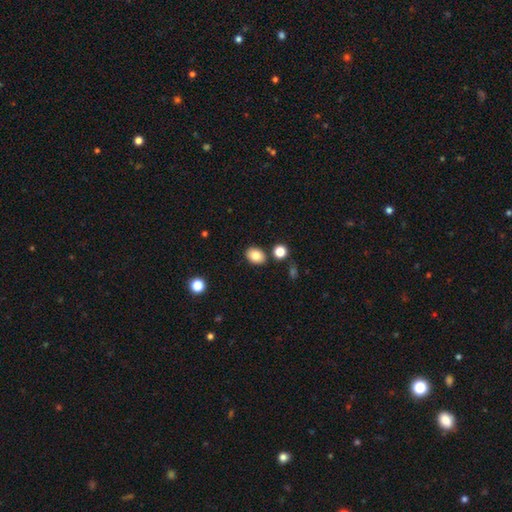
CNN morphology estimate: smooth 84%, star or artifact 9%, featured or disk 7%. Down the decision tree: how rounded — in between (70%); merging — none (84%).